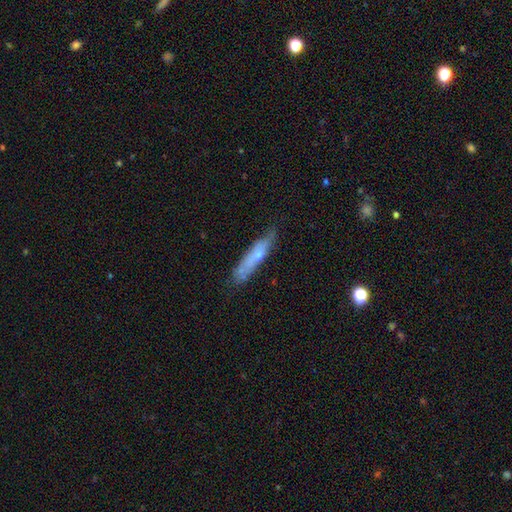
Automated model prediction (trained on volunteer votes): smooth-or-featured: smooth: 51% | featured or disk: 42% | star or artifact: 7%
  how-rounded: cigar-shaped: 84% | in between: 15% | round: 2%
  merging: none: 66% | minor disturbance: 25% | major disturbance: 6% | merger: 3%